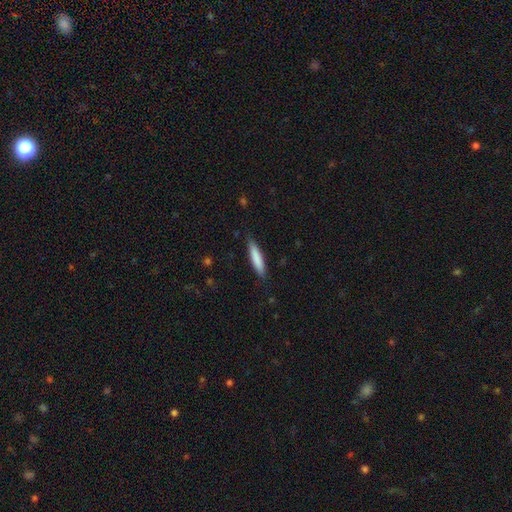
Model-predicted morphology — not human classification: type=smooth (83%); roundness=cigar-shaped (82%); merging=none (86%).